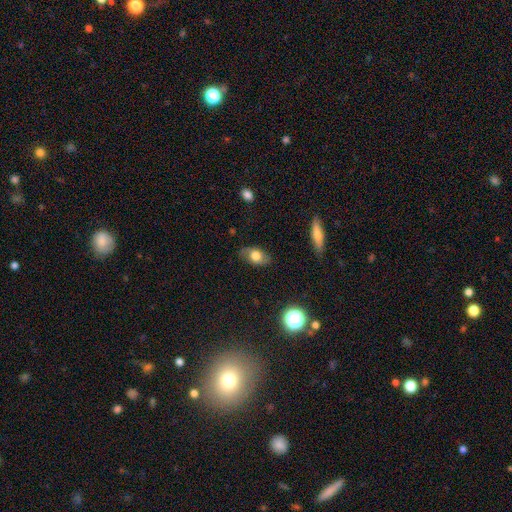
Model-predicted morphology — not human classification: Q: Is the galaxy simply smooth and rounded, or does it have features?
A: smooth — 67%.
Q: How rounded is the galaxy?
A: in between — 87%.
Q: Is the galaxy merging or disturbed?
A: none — 79%.